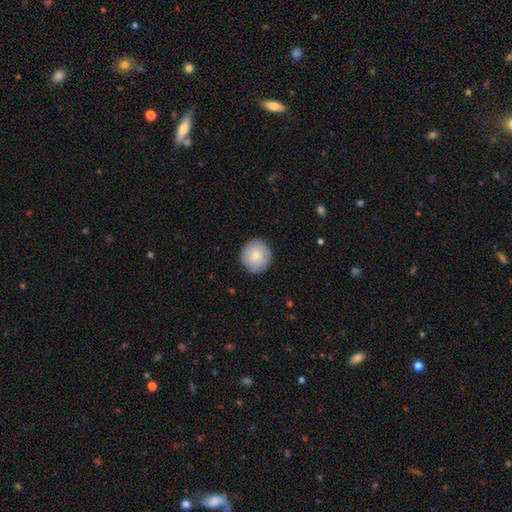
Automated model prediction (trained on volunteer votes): smooth-or-featured: smooth: 75% | featured or disk: 18% | star or artifact: 7%
  how-rounded: round: 94% | in between: 5% | cigar-shaped: 1%
  merging: none: 89% | minor disturbance: 8% | major disturbance: 2% | merger: 1%